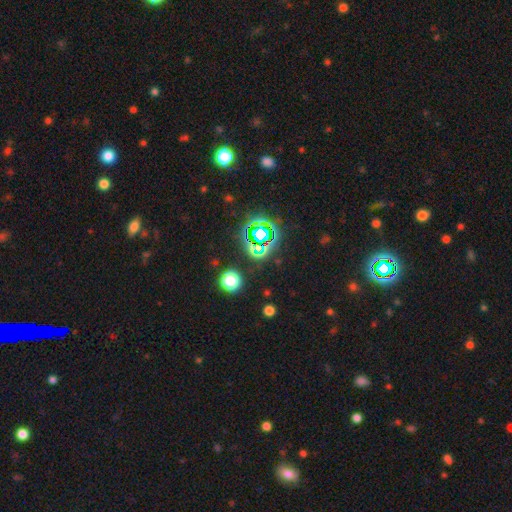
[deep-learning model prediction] This is likely a star or artifact rather than a galaxy (79%).